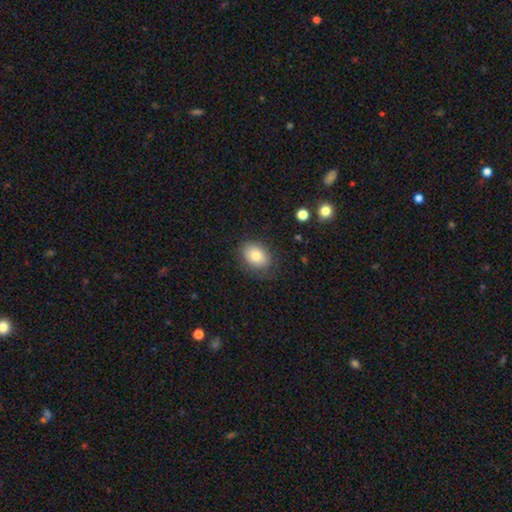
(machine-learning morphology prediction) Overall: smooth (80%). How rounded: in between (72%). Merging: none (78%).